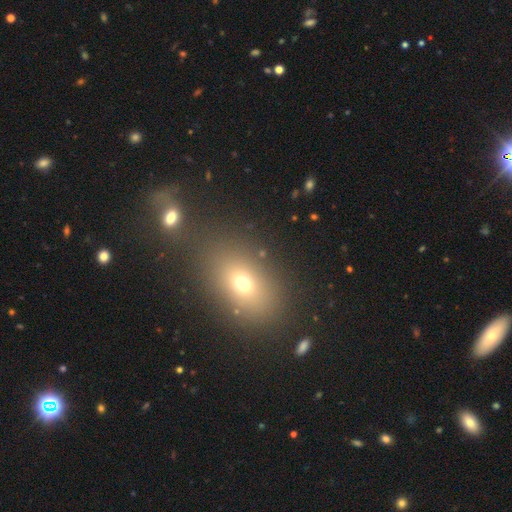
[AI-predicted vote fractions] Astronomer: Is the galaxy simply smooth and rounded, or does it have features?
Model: smooth — 59%.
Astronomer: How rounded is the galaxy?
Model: in between — 72%.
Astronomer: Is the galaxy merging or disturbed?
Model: none — 78%.